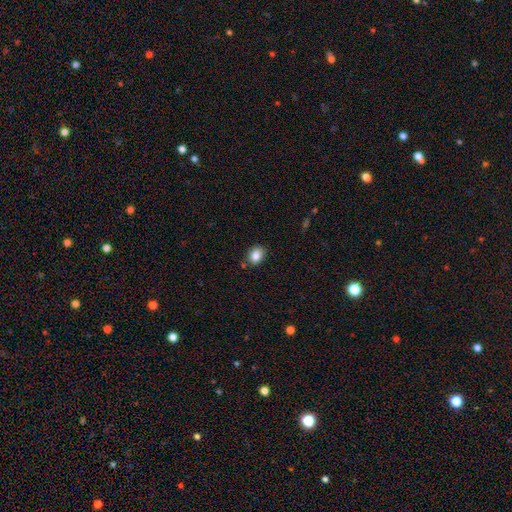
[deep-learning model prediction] Smooth or featured? smooth (85%)
How rounded? in between (53%)
Merging? none (81%)